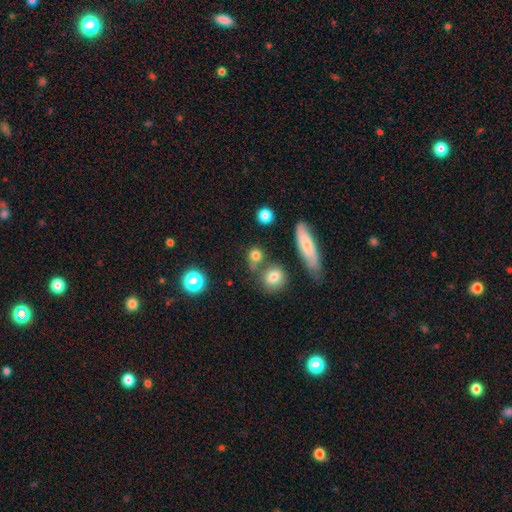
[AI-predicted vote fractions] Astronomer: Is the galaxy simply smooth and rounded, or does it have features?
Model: smooth — 79%.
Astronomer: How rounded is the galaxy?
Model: round — 76%.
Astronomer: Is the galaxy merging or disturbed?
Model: none — 64%.